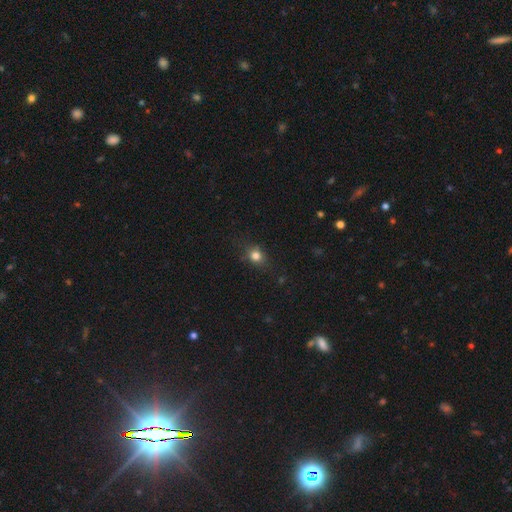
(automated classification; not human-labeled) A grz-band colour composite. It shows a smooth galaxy with no disk features (79%) that is round (63%). Merging: none (79%).